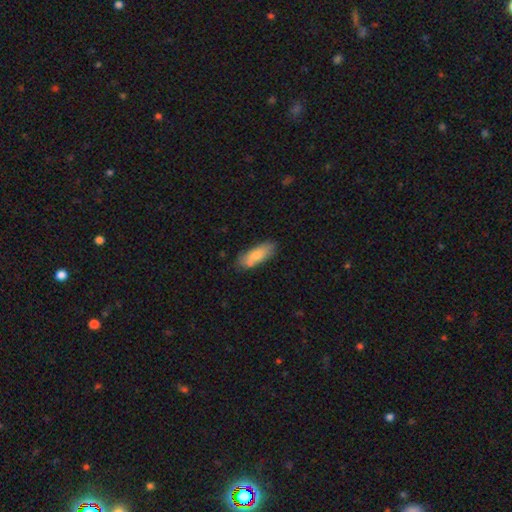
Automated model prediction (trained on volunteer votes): Smooth or featured: smooth — 78% (featured or disk — 15%)
How rounded: in between — 71% (cigar-shaped — 27%)
Merging: none — 66% (minor disturbance — 22%)